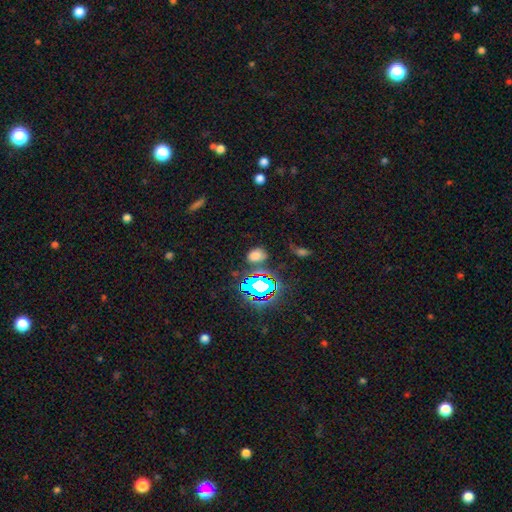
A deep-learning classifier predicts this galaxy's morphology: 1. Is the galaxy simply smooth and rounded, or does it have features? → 62% smooth, 31% star or artifact, 7% featured or disk.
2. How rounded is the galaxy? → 70% in between, 28% round, 2% cigar-shaped.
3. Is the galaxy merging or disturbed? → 74% none, 14% minor disturbance, 6% merger, 6% major disturbance.